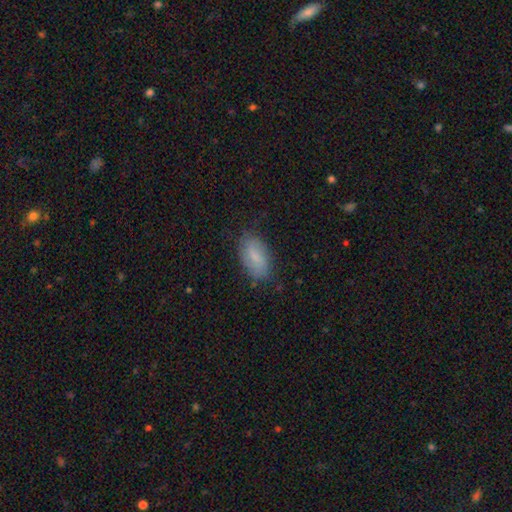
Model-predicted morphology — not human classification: smooth_or_featured: smooth (p=0.75) [alt: featured or disk p=0.17]
how_rounded: in between (p=0.92) [alt: cigar-shaped p=0.05]
merging: none (p=0.78) [alt: minor disturbance p=0.17]